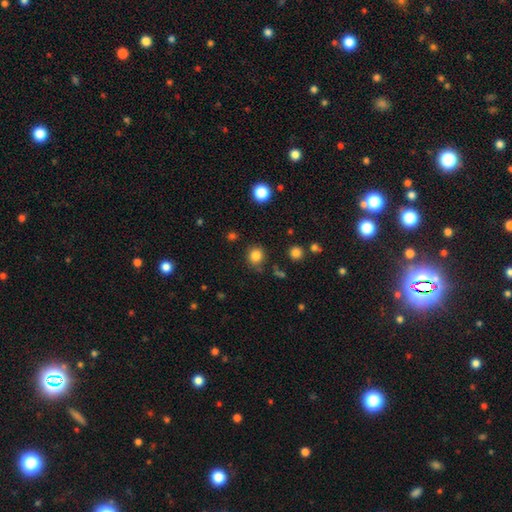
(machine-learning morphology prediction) smooth_or_featured: smooth (p=0.83) [alt: star or artifact p=0.13]
how_rounded: round (p=0.89) [alt: in between p=0.10]
merging: none (p=0.83) [alt: minor disturbance p=0.10]